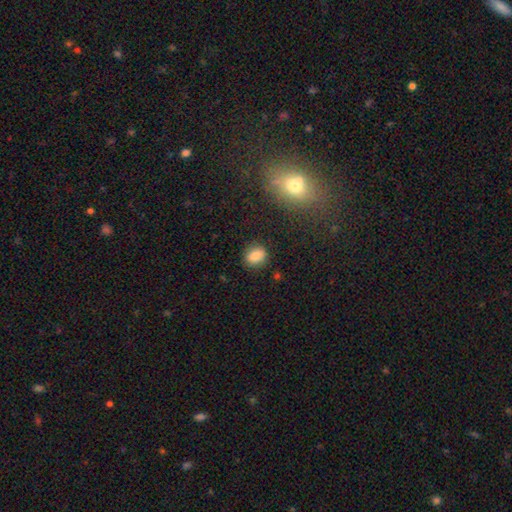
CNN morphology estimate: Smooth or featured: smooth — 83% (star or artifact — 11%)
How rounded: round — 52% (in between — 47%)
Merging: none — 87% (minor disturbance — 9%)